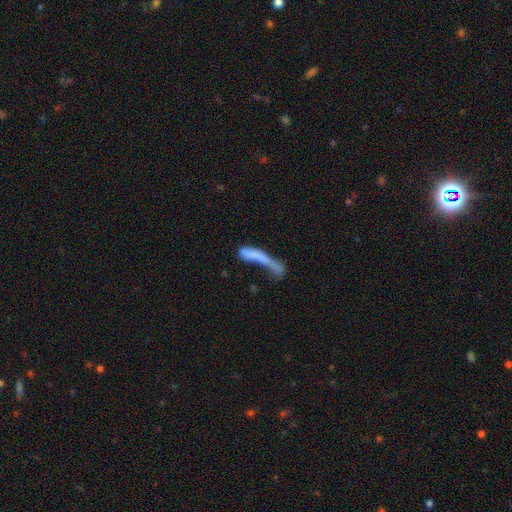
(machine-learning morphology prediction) A smooth galaxy with no disk features (62%) that is cigar-shaped (81%). Merging: merger (32%).